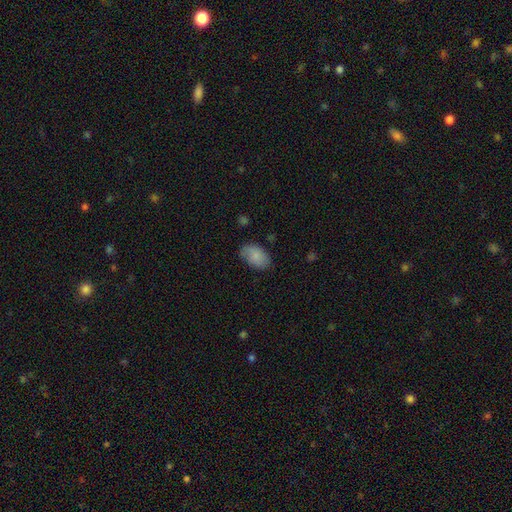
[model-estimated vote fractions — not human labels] smooth 82%, featured or disk 11%, star or artifact 7%. Down the decision tree: how rounded — in between (90%); merging — none (72%).